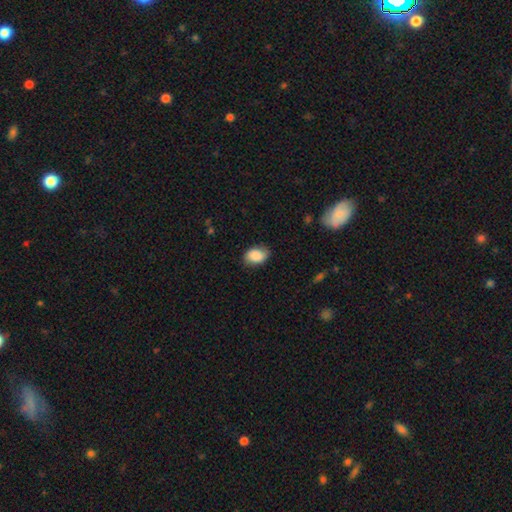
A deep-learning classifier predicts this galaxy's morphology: Smooth or featured?
  - smooth: 85% *
  - featured or disk: 8%
  - star or artifact: 7%
How rounded?
  - in between: 83% *
  - round: 16%
  - cigar-shaped: 1%
Merging?
  - none: 75% *
  - minor disturbance: 20%
  - major disturbance: 4%
  - merger: 1%